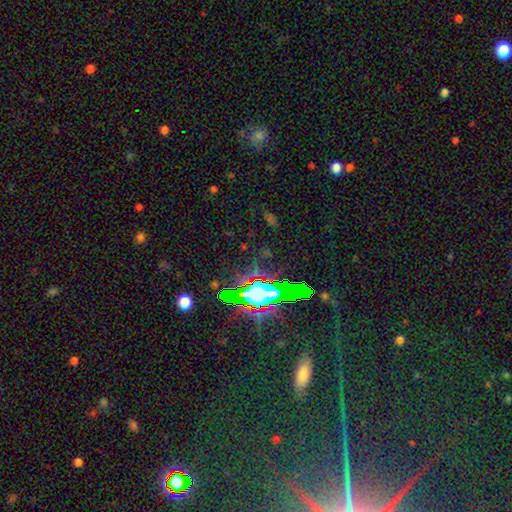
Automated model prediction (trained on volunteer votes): star or artifact 74%, featured or disk 14%, smooth 12%.